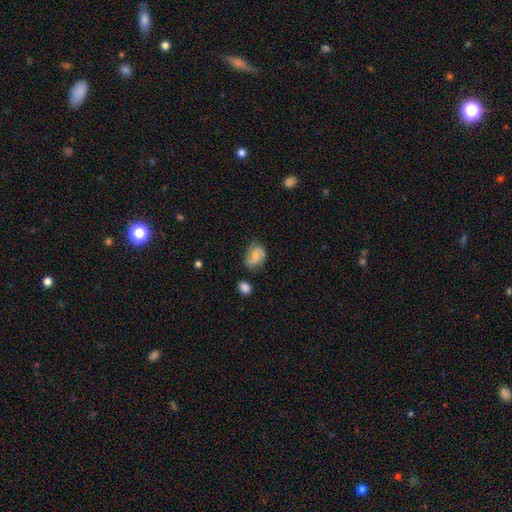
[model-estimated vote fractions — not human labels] Overall: featured or disk (53%; smooth 39%). Edge-on disk: no (97%). Bar: no (52%; weak 40%). Spiral arms: yes (90%). Bulge size: small (49%; moderate 31%). Merging: none (67%).